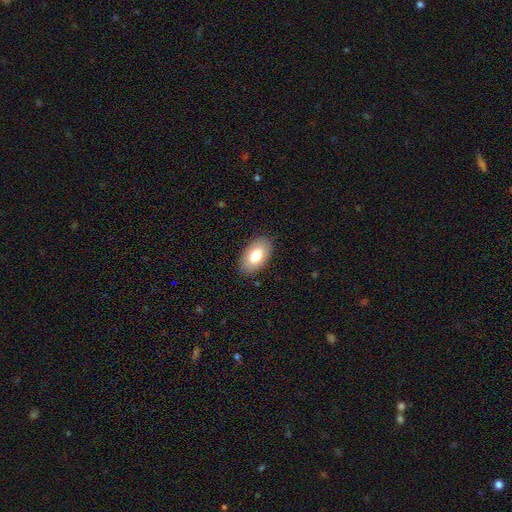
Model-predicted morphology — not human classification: Smooth or featured: smooth — 79% (featured or disk — 15%)
How rounded: in between — 95% (round — 4%)
Merging: none — 87% (minor disturbance — 9%)